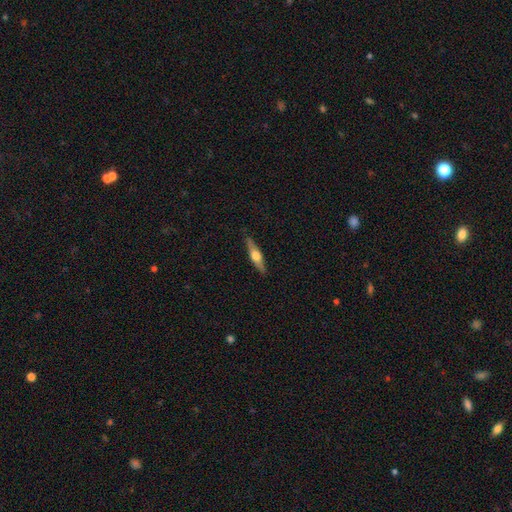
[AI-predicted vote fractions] Morphology: type=featured or disk (59%); edge-on=yes (95%); edge-on bulge=rounded (93%); merging=none (88%).